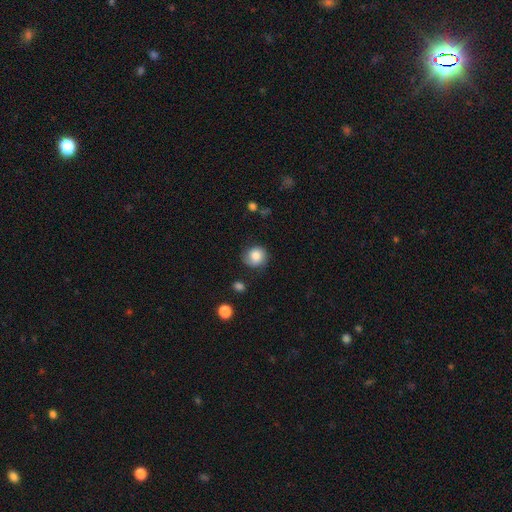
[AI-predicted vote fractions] This appears to be a smooth galaxy with no disk features (78%) that is round (84%). Merging: none (71%).